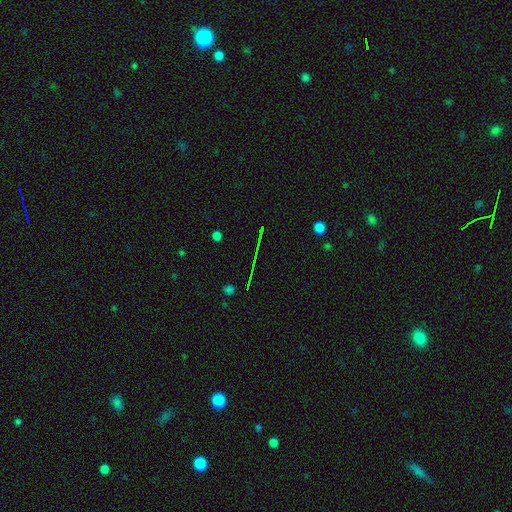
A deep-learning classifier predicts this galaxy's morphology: This appears to be a star or artifact, not a galaxy (69%).